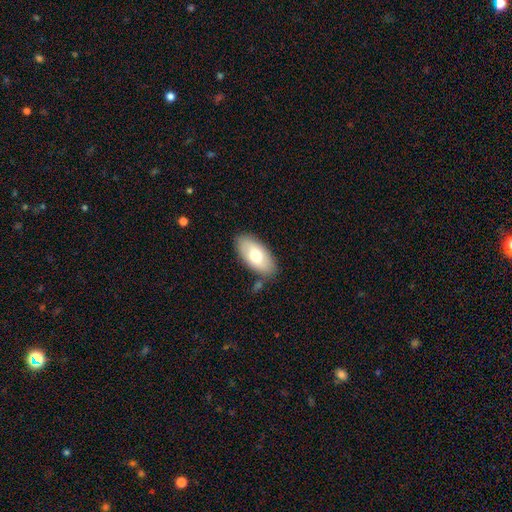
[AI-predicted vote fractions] Q: Smooth or featured?
A: smooth (71%); runner-up: featured or disk (23%)
Q: How rounded?
A: in between (93%); runner-up: cigar-shaped (5%)
Q: Merging?
A: none (81%); runner-up: minor disturbance (13%)